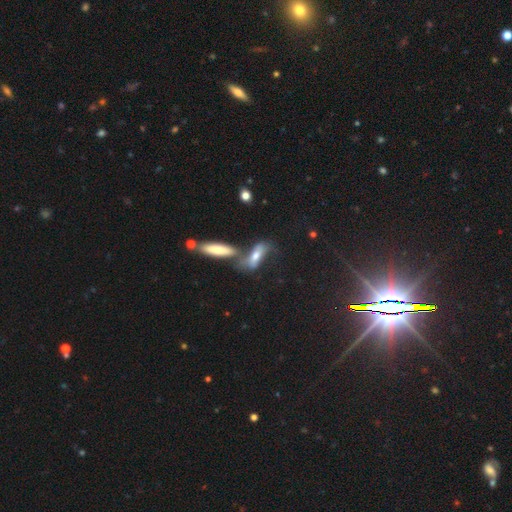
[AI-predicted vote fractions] smooth 53%, featured or disk 36%, star or artifact 11%. Down the decision tree: how rounded — in between (50%); merging — merger (40%).